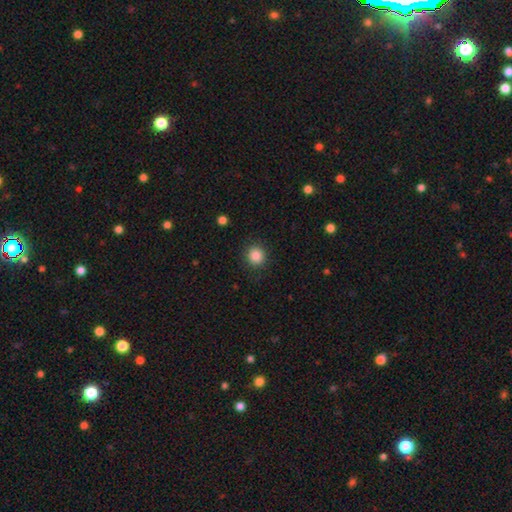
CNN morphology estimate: smooth_or_featured: smooth (p=0.86) [alt: star or artifact p=0.10]
how_rounded: round (p=0.90) [alt: in between p=0.09]
merging: none (p=0.90) [alt: minor disturbance p=0.07]